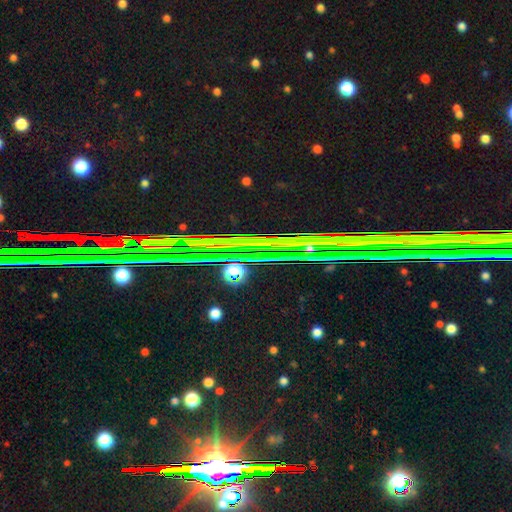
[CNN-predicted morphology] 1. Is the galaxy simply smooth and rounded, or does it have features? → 84% star or artifact, 10% featured or disk, 7% smooth.